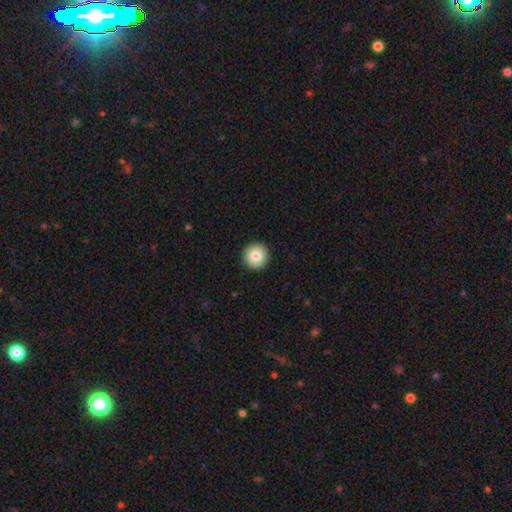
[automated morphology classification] Smooth or featured? smooth (82%)
How rounded? round (96%)
Merging? none (93%)